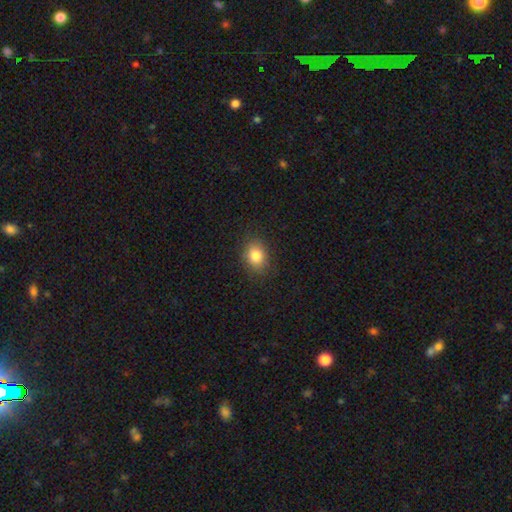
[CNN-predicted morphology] This is clearly a smooth galaxy (82%). How rounded: possibly in between (51%). Merging: clearly none (84%).